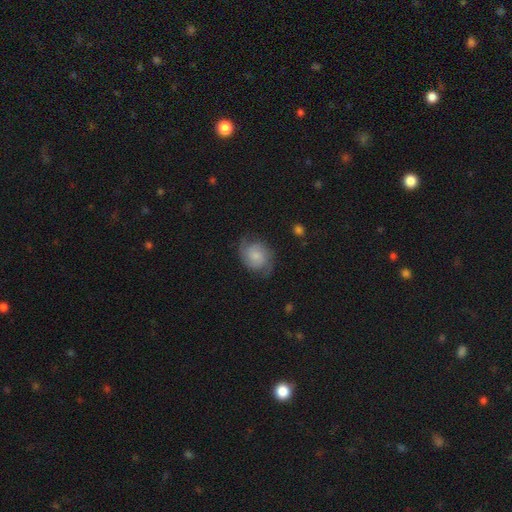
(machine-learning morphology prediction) A featured or disk galaxy (55%) with no bar (71%), spiral arms (91%) and a small central bulge (45%).

Vote fractions:
- Smooth or featured? featured or disk: 55% / smooth: 38% / star or artifact: 8%
- Edge-on disk? no: 97% / yes: 3%
- Bar? no: 71% / weak: 26% / strong: 4%
- Spiral arms? yes: 91% / no: 9%
- Bulge size? small: 45% / moderate: 29% / none: 16% / large: 7% / dominant: 2%
- Merging? none: 65% / minor disturbance: 24% / major disturbance: 10% / merger: 1%